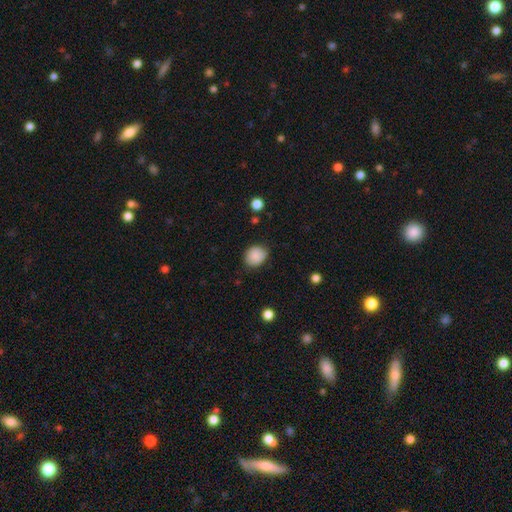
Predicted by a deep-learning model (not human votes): smooth_or_featured: smooth (p=0.87) [alt: star or artifact p=0.08]
how_rounded: round (p=0.62) [alt: in between p=0.37]
merging: none (p=0.80) [alt: minor disturbance p=0.16]